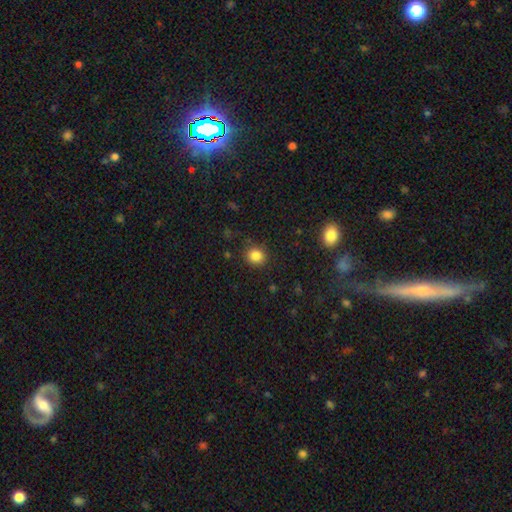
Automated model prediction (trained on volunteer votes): This appears to be a smooth galaxy with no disk features (84%) that is round (84%). Merging: none (87%).